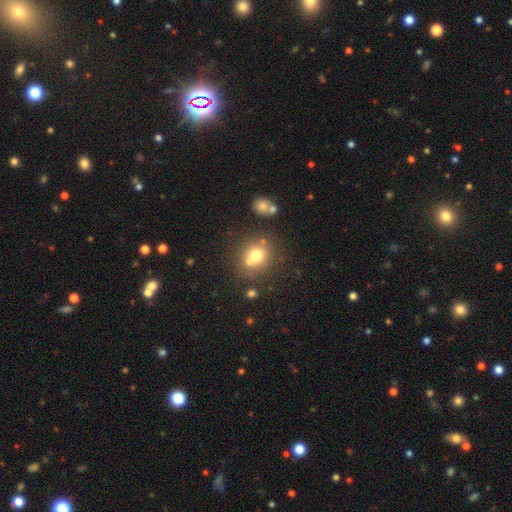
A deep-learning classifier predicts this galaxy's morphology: Smooth or featured? smooth (69%)
How rounded? round (81%)
Merging? none (57%)